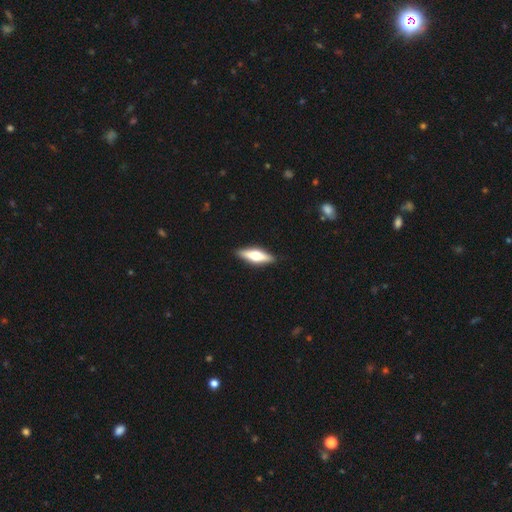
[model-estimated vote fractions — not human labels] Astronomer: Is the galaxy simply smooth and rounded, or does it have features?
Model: featured or disk — 52% (runner-up: smooth, 43%).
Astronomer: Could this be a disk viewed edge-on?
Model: yes — 93%.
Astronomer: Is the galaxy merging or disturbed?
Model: none — 90%.